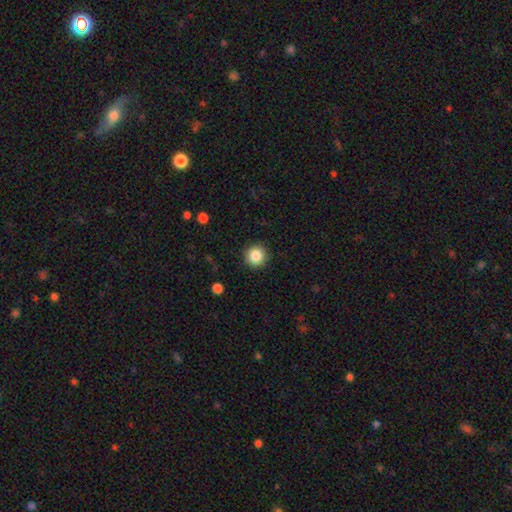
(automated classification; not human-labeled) This appears to be a smooth galaxy with no disk features (85%) that is round (93%). Merging: none (91%).